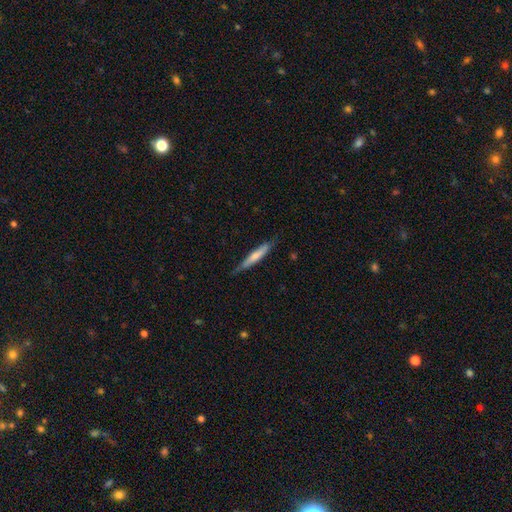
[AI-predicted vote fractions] Morphology: type=smooth (61%); roundness=cigar-shaped (92%); merging=none (76%).